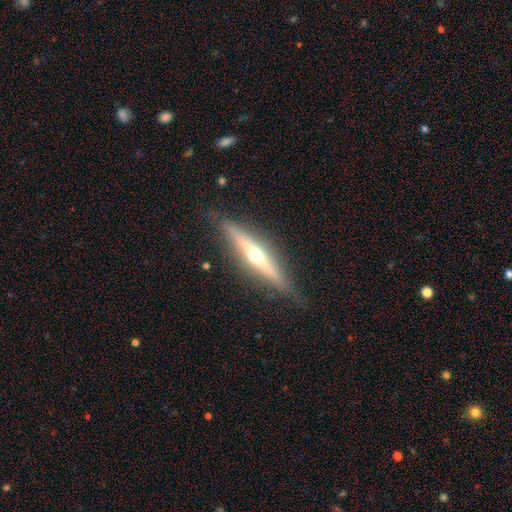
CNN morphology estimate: Q: Smooth or featured?
A: featured or disk (67%); runner-up: smooth (26%)
Q: Edge-on disk?
A: yes (94%); runner-up: no (6%)
Q: Edge-on bulge?
A: rounded (93%); runner-up: none (5%)
Q: Merging?
A: none (86%); runner-up: minor disturbance (10%)